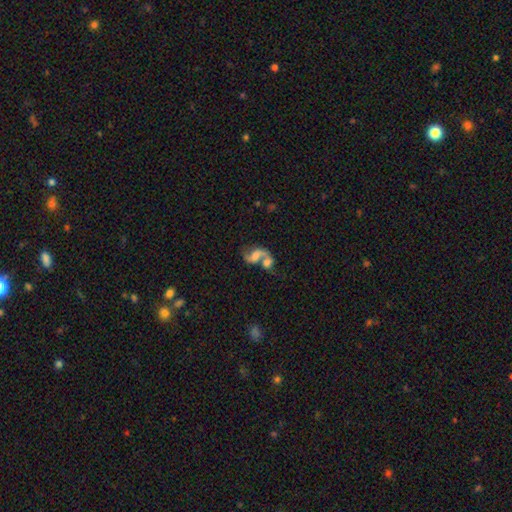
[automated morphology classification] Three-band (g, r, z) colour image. It shows a featured or disk galaxy (61%) with no bar (56%), spiral arms (78%) and no central bulge (33%). Merging: merger (64%).